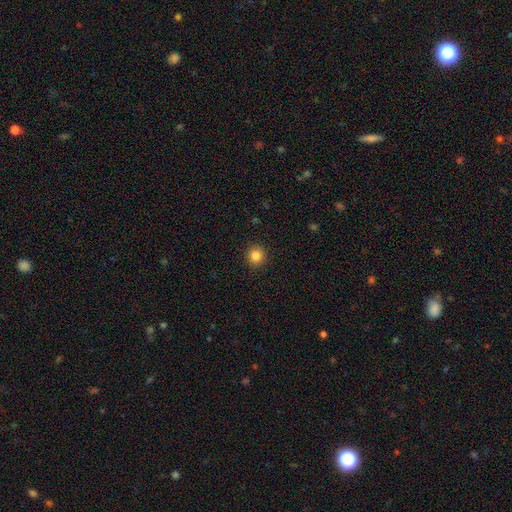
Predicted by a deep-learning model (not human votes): The model was most divided on "smooth or featured": smooth: 85%, star or artifact: 11%, featured or disk: 4%. More confident: how rounded — round (92%); merging — none (92%).